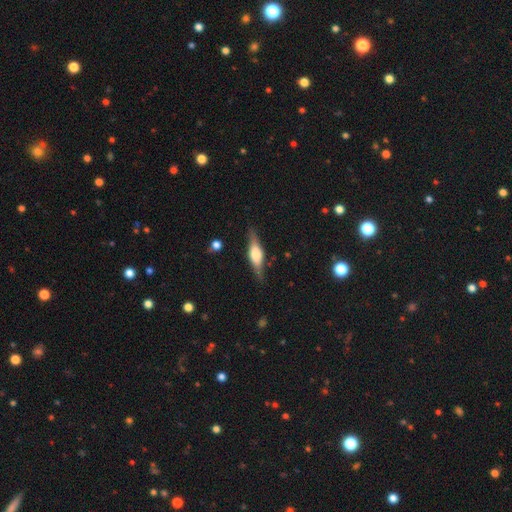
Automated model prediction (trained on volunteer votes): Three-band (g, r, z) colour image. It shows a featured or disk galaxy (65%) viewed edge-on (95%) with a rounded central bulge (79%). Merging: none (83%).